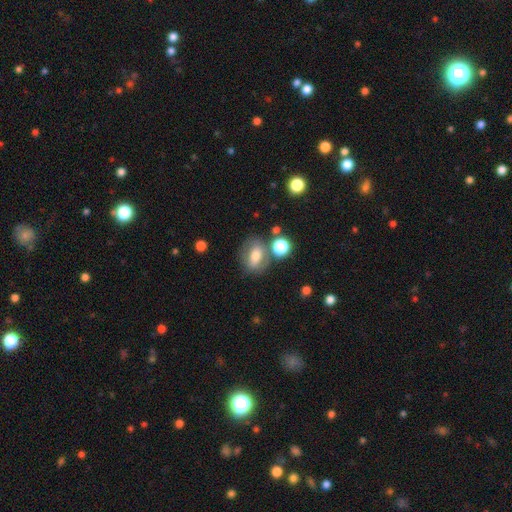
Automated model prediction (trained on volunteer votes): A smooth galaxy with no disk features (61%) that is in between round and cigar-shaped (64%).

Vote fractions:
- Smooth or featured? smooth: 61% / featured or disk: 28% / star or artifact: 11%
- How rounded? in between: 64% / round: 33% / cigar-shaped: 3%
- Merging? none: 62% / minor disturbance: 16% / merger: 15% / major disturbance: 8%